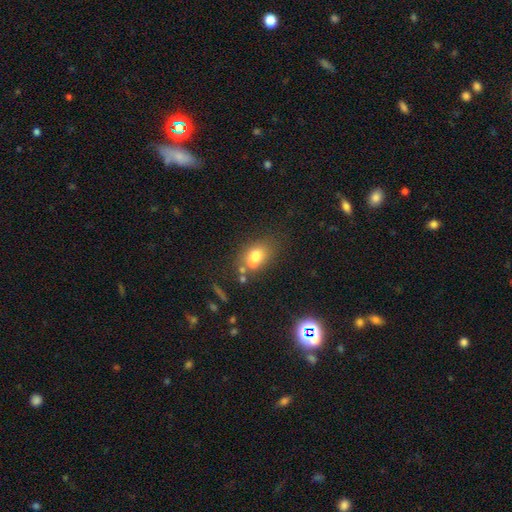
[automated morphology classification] smooth 67%, featured or disk 20%, star or artifact 13%. Down the decision tree: how rounded — in between (60%); merging — none (41%).